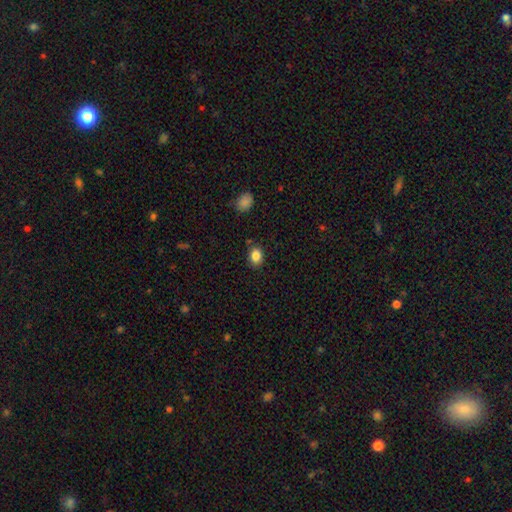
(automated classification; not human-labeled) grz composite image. It shows a smooth galaxy with no disk features (85%) that is in between round and cigar-shaped (65%). Merging: none (83%).